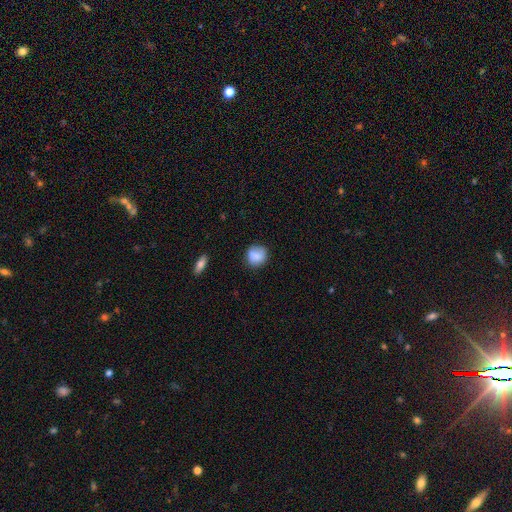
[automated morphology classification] A smooth galaxy with no disk features (82%) that is round (76%). Merging: none (72%).